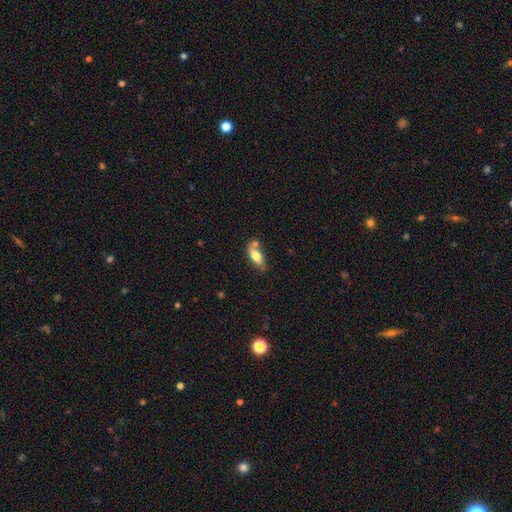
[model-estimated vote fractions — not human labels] Morphology: type=smooth (74%); roundness=in between (83%); merging=none (48%).